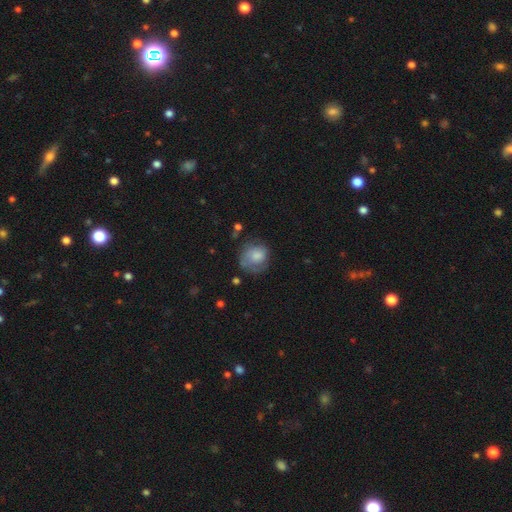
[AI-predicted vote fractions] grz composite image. It shows a smooth galaxy with no disk features (62%) that is round (74%). Merging: none (52%).